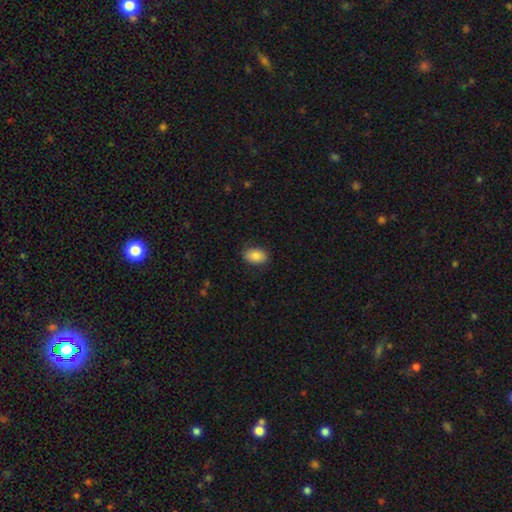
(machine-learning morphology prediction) Smooth or featured? Predicted: smooth (p=0.85). How rounded? Predicted: in between (p=0.87). Merging? Predicted: none (p=0.81).